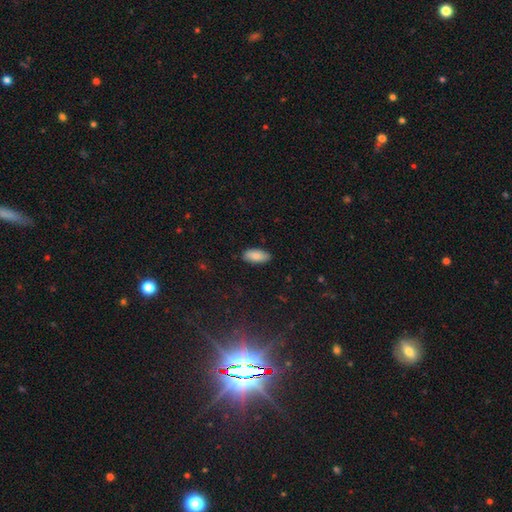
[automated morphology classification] Smooth or featured? Predicted: smooth (p=0.86). How rounded? Predicted: in between (p=0.90). Merging? Predicted: none (p=0.86).